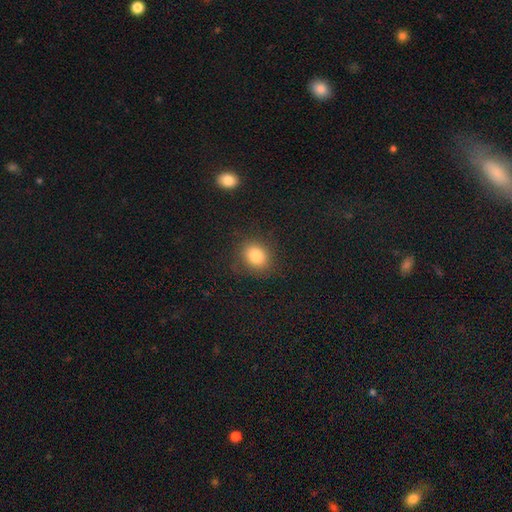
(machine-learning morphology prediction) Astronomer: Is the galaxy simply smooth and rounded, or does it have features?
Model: smooth — 81%.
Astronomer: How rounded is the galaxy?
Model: round — 60% (runner-up: in between, 39%).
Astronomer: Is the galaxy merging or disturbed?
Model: none — 84%.